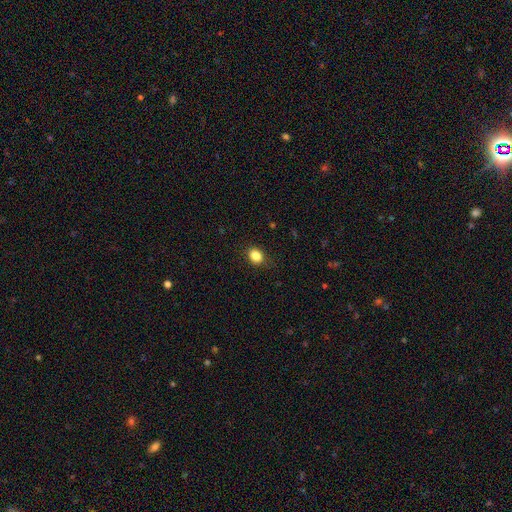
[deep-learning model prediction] Smooth or featured: smooth — 85% (star or artifact — 10%)
How rounded: round — 53% (in between — 46%)
Merging: none — 85% (minor disturbance — 11%)